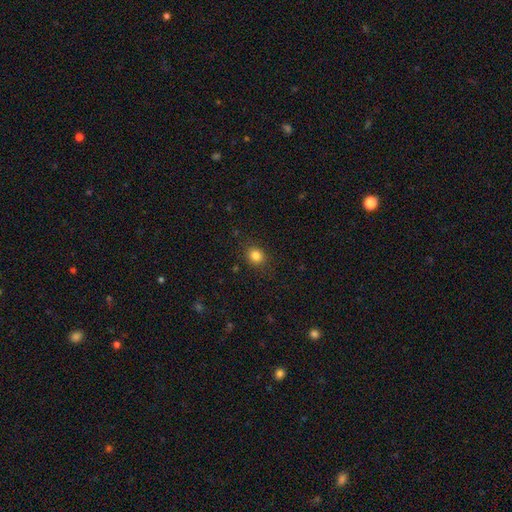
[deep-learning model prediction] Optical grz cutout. It shows a smooth galaxy with no disk features (83%) that is round (71%). Merging: none (87%).